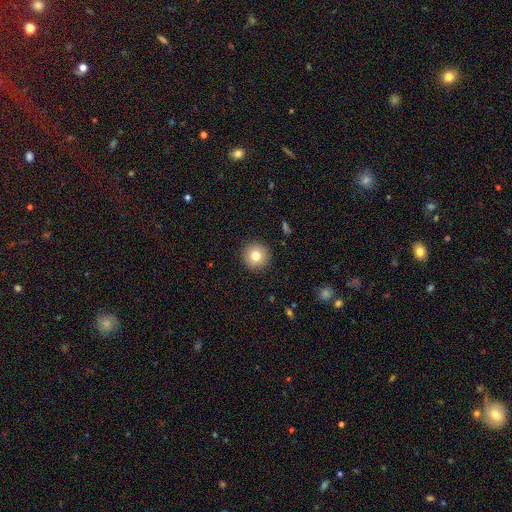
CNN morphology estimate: smooth 78%, featured or disk 11%, star or artifact 11%. Down the decision tree: how rounded — round (95%); merging — none (92%).